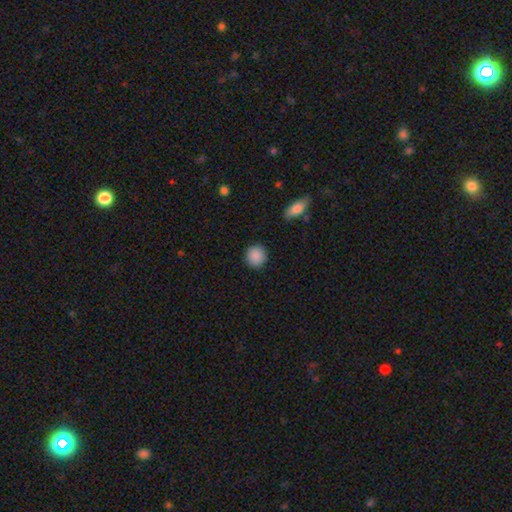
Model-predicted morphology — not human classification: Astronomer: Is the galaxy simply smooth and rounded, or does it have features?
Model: smooth — 89%.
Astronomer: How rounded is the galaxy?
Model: round — 89%.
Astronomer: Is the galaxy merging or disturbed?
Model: none — 89%.